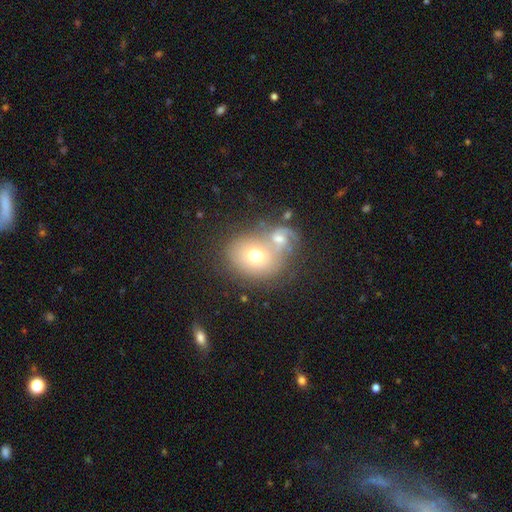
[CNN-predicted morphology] The model was most divided on "how rounded": round: 60%, in between: 39%, cigar-shaped: 1%. More confident: smooth or featured — smooth (60%); merging — merger (55%).